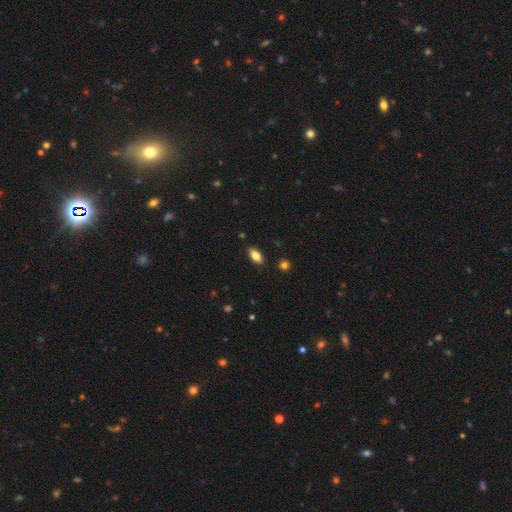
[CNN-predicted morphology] smooth 81%, featured or disk 11%, star or artifact 8%. Down the decision tree: how rounded — in between (88%); merging — none (86%).